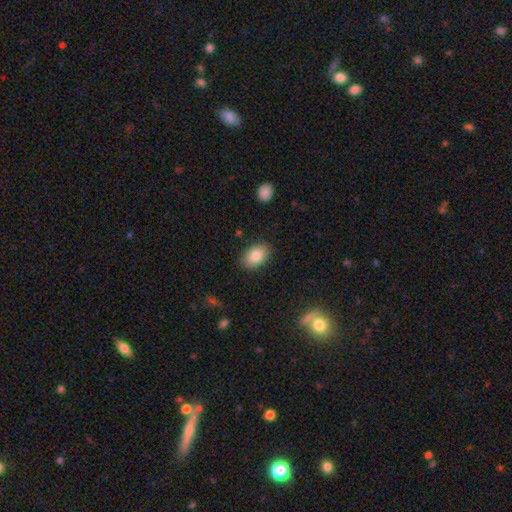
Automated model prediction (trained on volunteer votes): The model was most divided on "how rounded": in between: 86%, round: 12%, cigar-shaped: 1%. More confident: merging — none (86%); smooth or featured — smooth (83%).